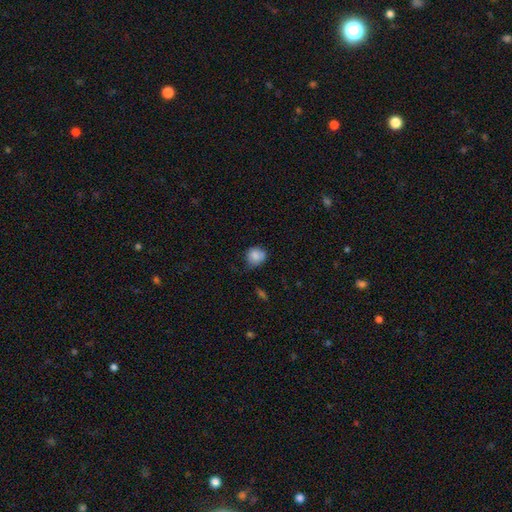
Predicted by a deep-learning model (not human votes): A smooth galaxy with no disk features (84%) that is round (79%).

Vote fractions:
- Smooth or featured? smooth: 84% / star or artifact: 9% / featured or disk: 7%
- How rounded? round: 79% / in between: 20% / cigar-shaped: 1%
- Merging? none: 61% / minor disturbance: 31% / major disturbance: 6% / merger: 2%